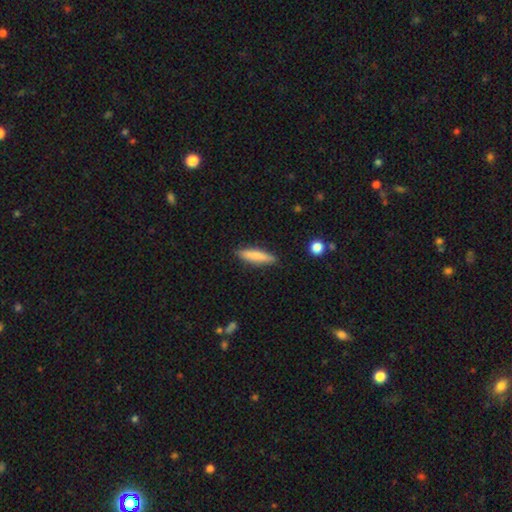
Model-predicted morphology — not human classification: The model was most divided on "how rounded": cigar-shaped: 81%, in between: 18%, round: 2%. More confident: merging — none (87%); smooth or featured — smooth (79%).